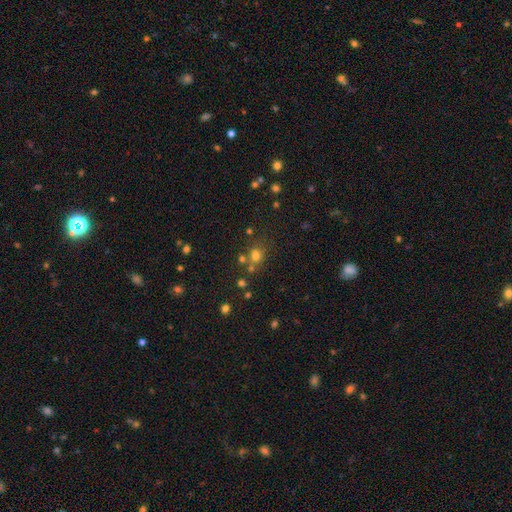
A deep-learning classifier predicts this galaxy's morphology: A smooth galaxy with no disk features (66%) that is round (70%).

Vote fractions:
- Smooth or featured? smooth: 66% / star or artifact: 24% / featured or disk: 10%
- How rounded? round: 70% / in between: 29% / cigar-shaped: 1%
- Merging? none: 60% / merger: 22% / minor disturbance: 12% / major disturbance: 6%